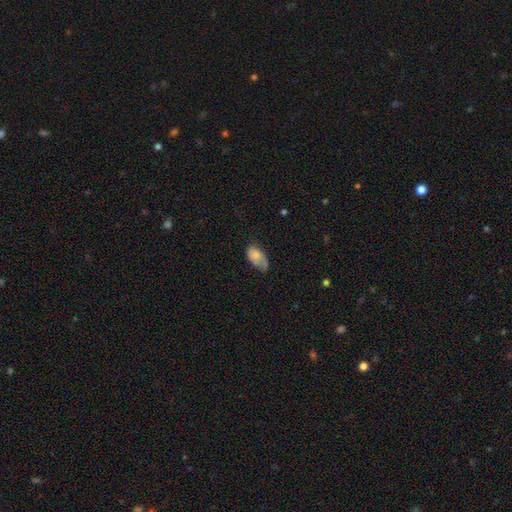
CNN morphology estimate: This appears to be a smooth galaxy with no disk features (69%) that is in between round and cigar-shaped (92%). Merging: minor disturbance (40%).